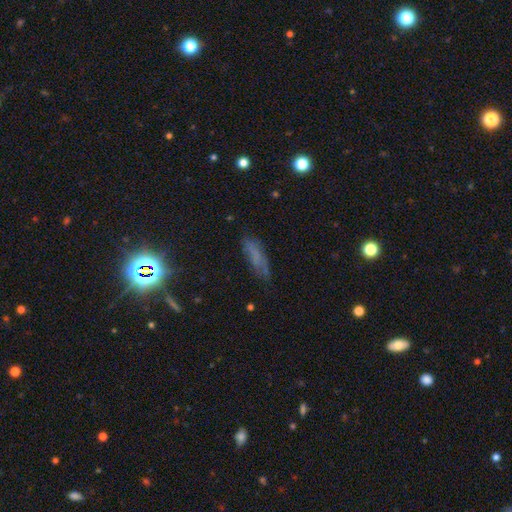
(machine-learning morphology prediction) This is possibly a smooth galaxy (54%). How rounded: possibly cigar-shaped (53%). Merging: likely none (64%).